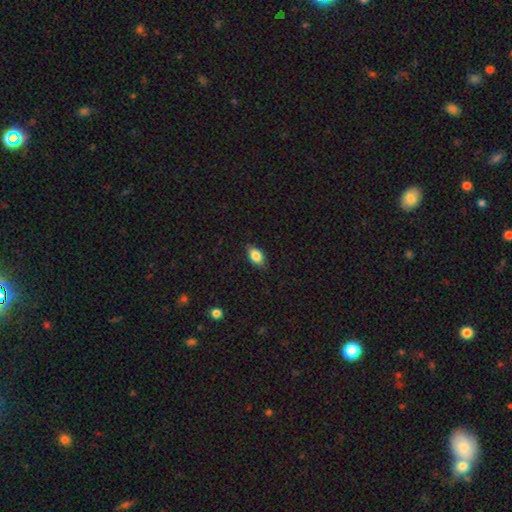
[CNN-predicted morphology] The model was most divided on "merging": none: 83%, minor disturbance: 14%, major disturbance: 3%, merger: 1%. More confident: how rounded — in between (87%); smooth or featured — smooth (81%).